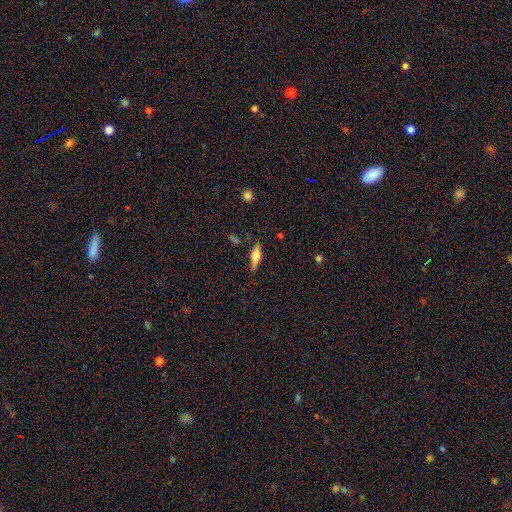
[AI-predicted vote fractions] Morphology: type=smooth (56%); roundness=in between (51%); merging=none (76%).